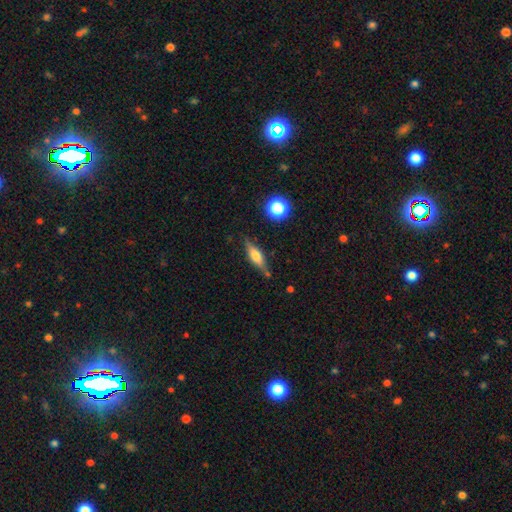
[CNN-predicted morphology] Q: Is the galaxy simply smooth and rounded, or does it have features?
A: featured or disk — 52%.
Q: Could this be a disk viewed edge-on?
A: yes — 92%.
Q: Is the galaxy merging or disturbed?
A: none — 78%.